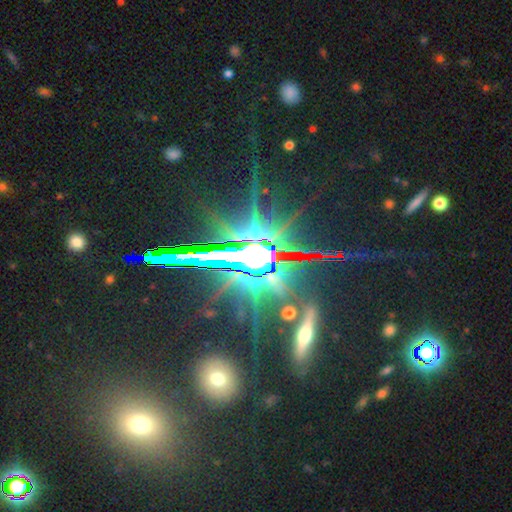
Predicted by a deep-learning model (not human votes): Smooth or featured? Predicted: star or artifact (p=0.69).